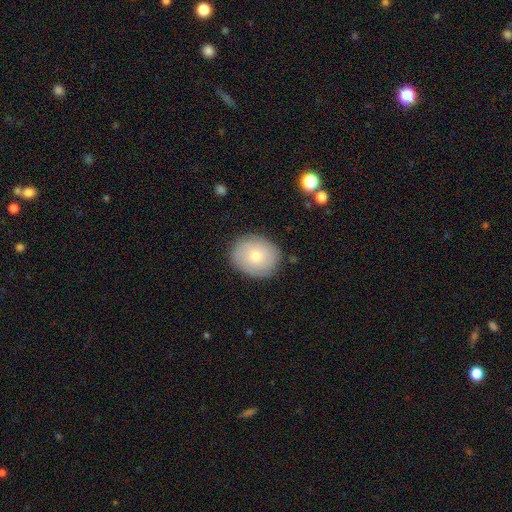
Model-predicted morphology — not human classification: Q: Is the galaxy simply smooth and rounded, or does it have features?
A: smooth — 63%.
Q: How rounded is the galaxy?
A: round — 61%.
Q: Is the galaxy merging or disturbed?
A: none — 86%.